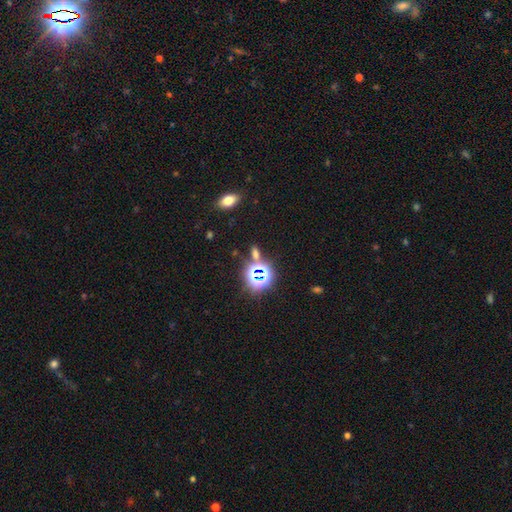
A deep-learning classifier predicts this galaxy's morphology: This appears to be a star or artifact, not a galaxy (68%).